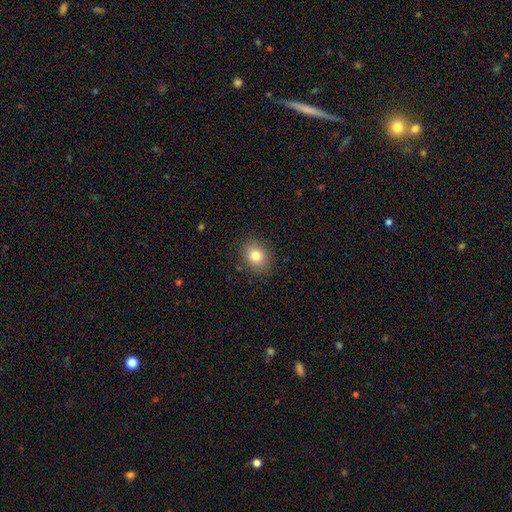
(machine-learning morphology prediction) Smooth or featured: smooth — 81% (star or artifact — 11%)
How rounded: round — 52% (in between — 47%)
Merging: none — 87% (minor disturbance — 9%)